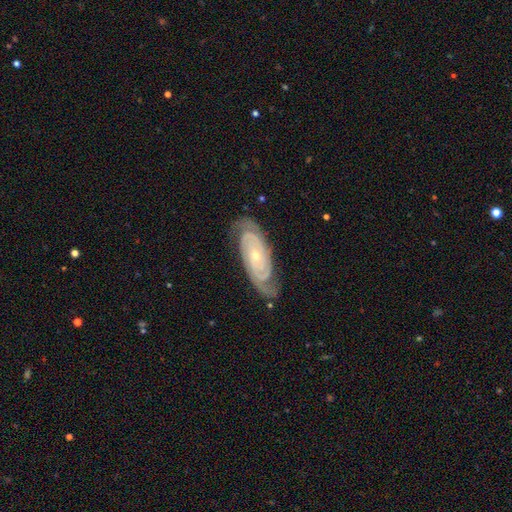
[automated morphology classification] smooth-or-featured: featured or disk: 90% | star or artifact: 5% | smooth: 5%
  disk-edge-on: no: 94% | yes: 6%
    bar: no: 72% | weak: 19% | strong: 9%
    has-spiral-arms: yes: 98% | no: 2%
      spiral-winding: tight: 76% | medium: 20% | loose: 4%
      spiral-arm-count: 2: 75% | can't tell: 9% | 3: 8% | 4: 3% | 1: 3% | more than 4: 3%
    bulge-size: small: 71% | moderate: 26% | large: 1% | none: 1% | dominant: 1%
  merging: none: 80% | minor disturbance: 14% | major disturbance: 4% | merger: 1%